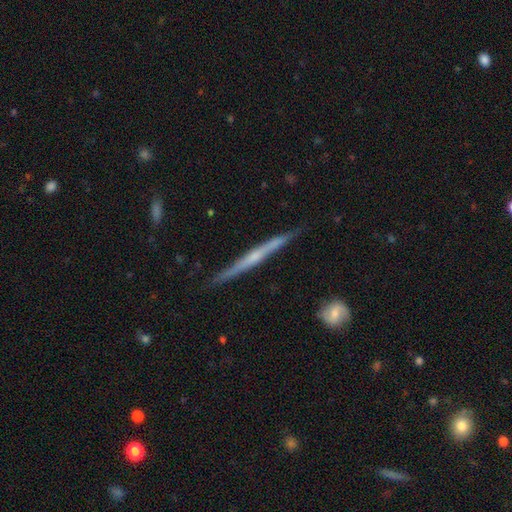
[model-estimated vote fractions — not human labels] Smooth or featured? featured or disk (71%)
Edge-on disk? yes (97%)
Edge-on bulge? none (53%)
Merging? none (87%)